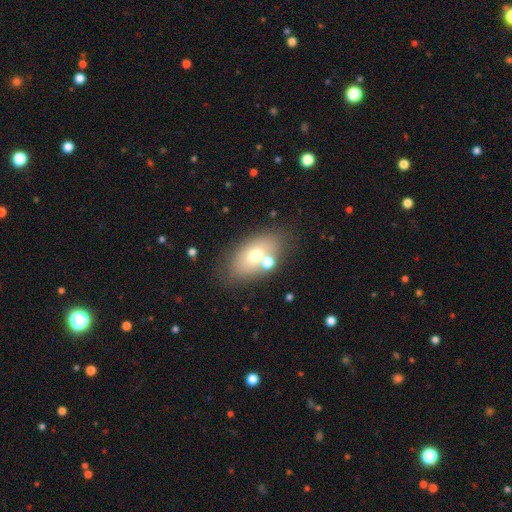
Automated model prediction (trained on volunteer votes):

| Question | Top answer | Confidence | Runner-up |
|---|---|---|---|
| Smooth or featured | smooth | 65% | featured or disk (23%) |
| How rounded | in between | 85% | round (12%) |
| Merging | none | 67% | merger (16%) |